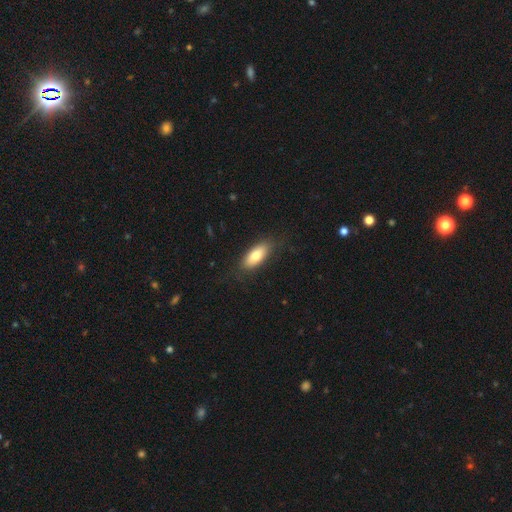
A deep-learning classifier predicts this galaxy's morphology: Overall: smooth (77%). How rounded: in between (82%). Merging: none (82%).